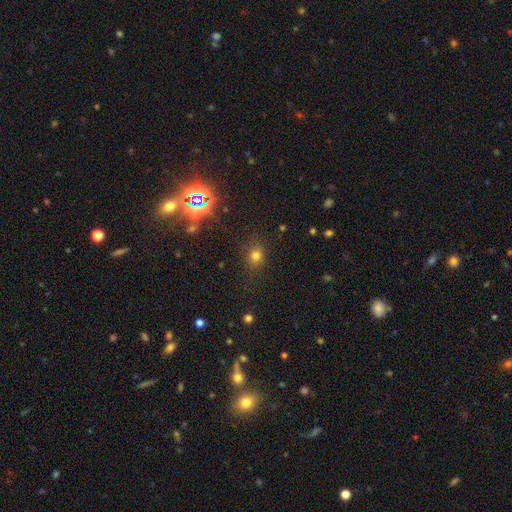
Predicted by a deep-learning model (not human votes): Q: Smooth or featured?
A: smooth (72%); runner-up: star or artifact (21%)
Q: How rounded?
A: round (73%); runner-up: in between (25%)
Q: Merging?
A: none (83%); runner-up: minor disturbance (11%)